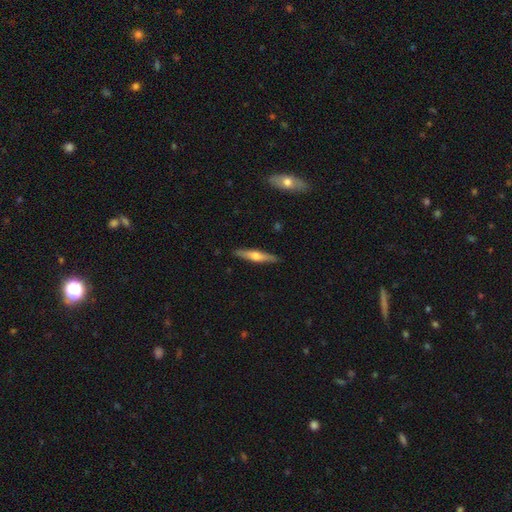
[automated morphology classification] Smooth or featured?
  - featured or disk: 52% *
  - smooth: 42%
  - star or artifact: 6%
Edge-on disk?
  - yes: 94% *
  - no: 6%
Merging?
  - none: 89% *
  - minor disturbance: 8%
  - major disturbance: 2%
  - merger: 1%